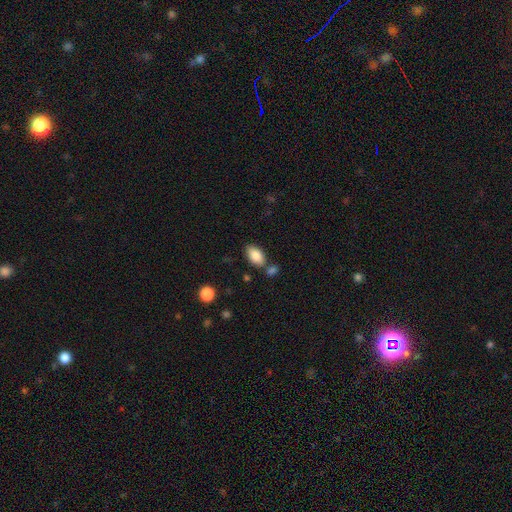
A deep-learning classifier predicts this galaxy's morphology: A smooth galaxy with no disk features (86%) that is in between round and cigar-shaped (93%).

Vote fractions:
- Smooth or featured? smooth: 86% / star or artifact: 7% / featured or disk: 7%
- How rounded? in between: 93% / round: 5% / cigar-shaped: 2%
- Merging? none: 71% / minor disturbance: 13% / merger: 13% / major disturbance: 3%